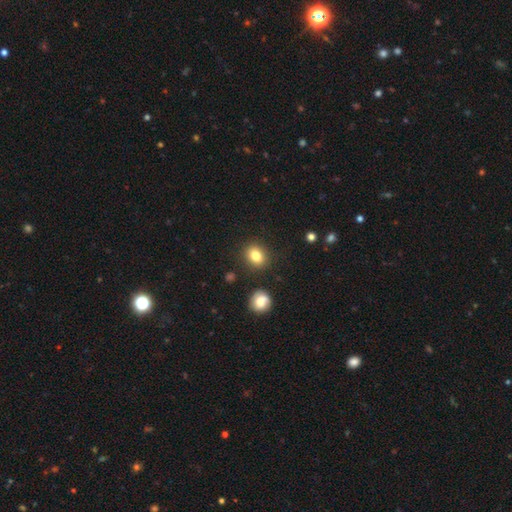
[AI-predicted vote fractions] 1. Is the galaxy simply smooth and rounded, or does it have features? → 82% smooth, 10% star or artifact, 7% featured or disk.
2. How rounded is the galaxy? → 57% round, 42% in between, 1% cigar-shaped.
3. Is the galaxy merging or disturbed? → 87% none, 8% minor disturbance, 3% merger, 2% major disturbance.